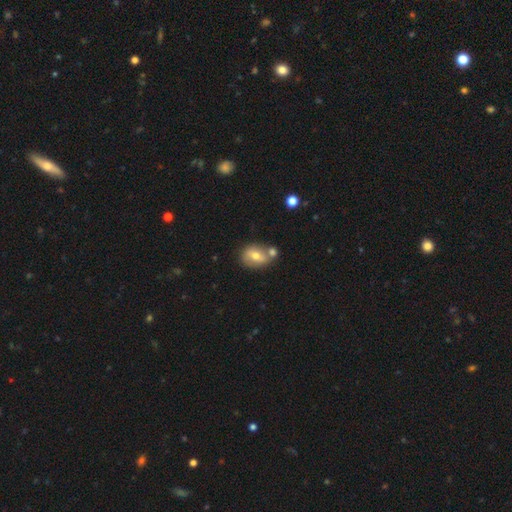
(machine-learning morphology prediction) smooth_or_featured: smooth (p=0.62) [alt: featured or disk p=0.29]
how_rounded: in between (p=0.59) [alt: round p=0.39]
merging: none (p=0.54) [alt: merger p=0.30]